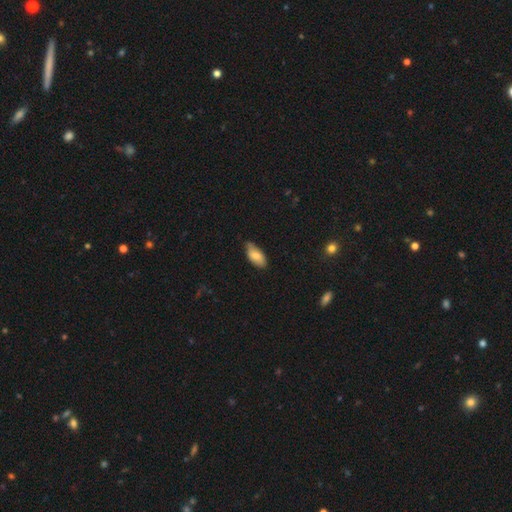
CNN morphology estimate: This is likely a smooth galaxy (78%). How rounded: clearly in between (90%). Merging: likely none (68%).